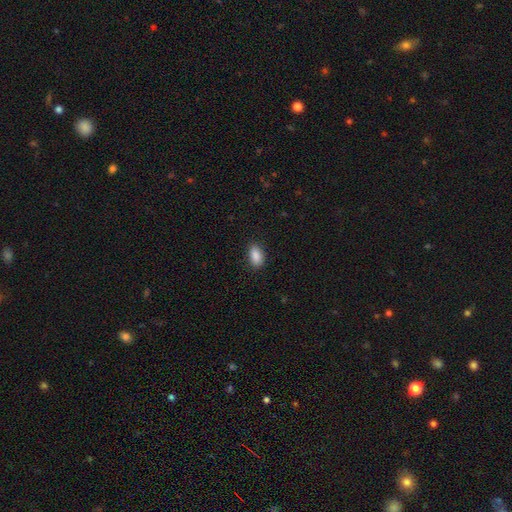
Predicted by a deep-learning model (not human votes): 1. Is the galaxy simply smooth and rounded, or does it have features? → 89% smooth, 8% star or artifact, 4% featured or disk.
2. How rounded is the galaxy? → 92% in between, 5% round, 3% cigar-shaped.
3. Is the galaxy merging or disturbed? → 88% none, 9% minor disturbance, 2% major disturbance, 1% merger.